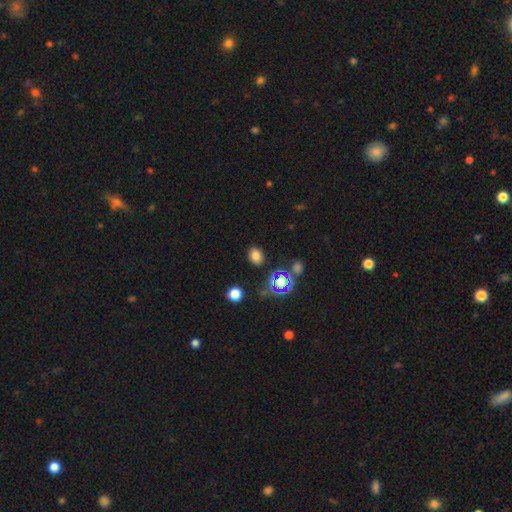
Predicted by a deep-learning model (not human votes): The model was most divided on "how rounded": in between: 56%, round: 43%, cigar-shaped: 1%. More confident: merging — none (84%); smooth or featured — smooth (72%).